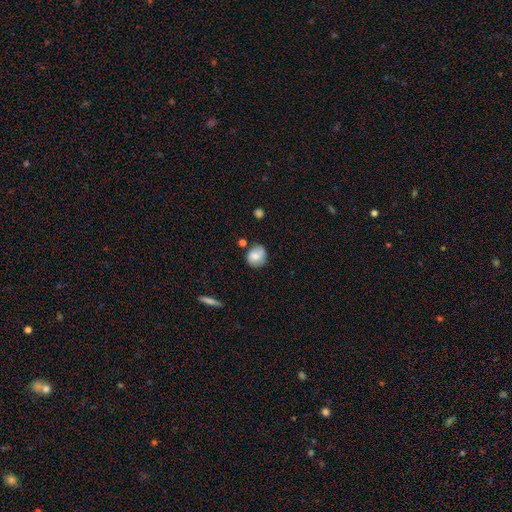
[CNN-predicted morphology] smooth 76%, featured or disk 15%, star or artifact 9%. Down the decision tree: how rounded — round (76%); merging — none (71%).